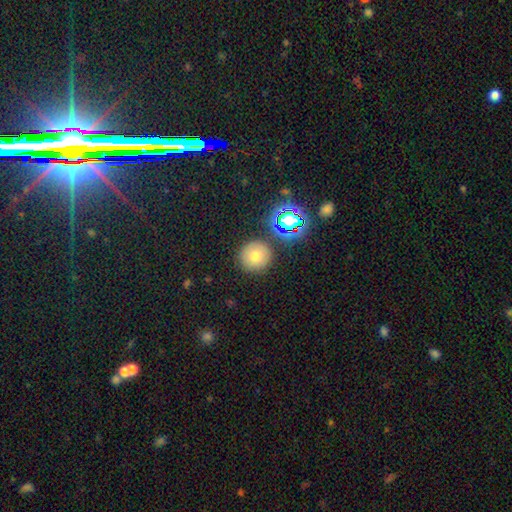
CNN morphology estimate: A smooth galaxy with no disk features (69%) that is round (95%).

Vote fractions:
- Smooth or featured? smooth: 69% / star or artifact: 20% / featured or disk: 11%
- How rounded? round: 95% / in between: 4% / cigar-shaped: 1%
- Merging? none: 87% / minor disturbance: 7% / merger: 4% / major disturbance: 2%